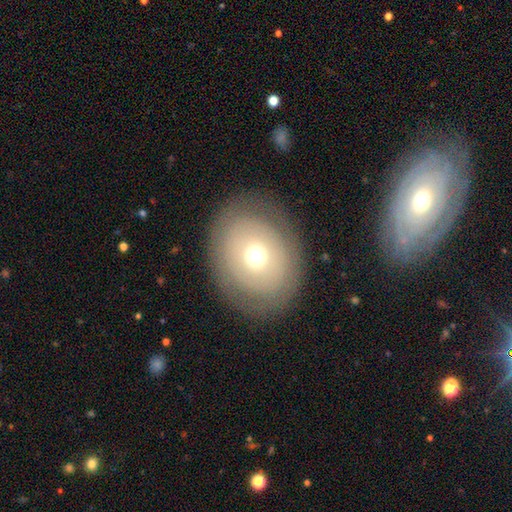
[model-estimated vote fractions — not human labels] The model was most divided on "how rounded": round: 52%, in between: 47%, cigar-shaped: 1%. More confident: merging — none (80%); smooth or featured — smooth (53%).